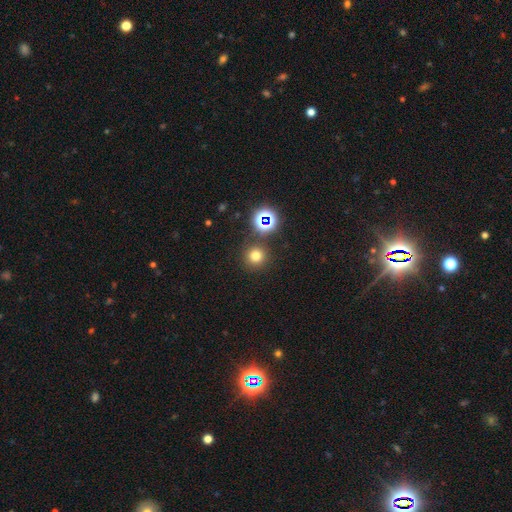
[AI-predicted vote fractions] Smooth or featured? smooth (70%)
How rounded? round (94%)
Merging? none (86%)